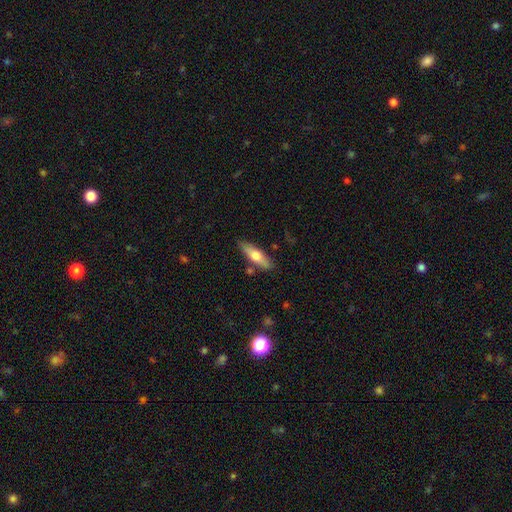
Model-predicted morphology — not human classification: Smooth or featured?
  - smooth: 57% *
  - featured or disk: 38%
  - star or artifact: 6%
How rounded?
  - cigar-shaped: 61% *
  - in between: 37%
  - round: 2%
Merging?
  - none: 80% *
  - minor disturbance: 13%
  - merger: 4%
  - major disturbance: 3%